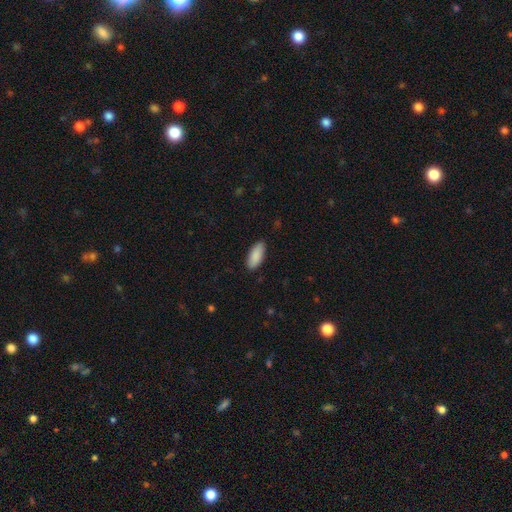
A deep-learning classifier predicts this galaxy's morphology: Smooth or featured?
  - smooth: 90% *
  - star or artifact: 6%
  - featured or disk: 4%
How rounded?
  - in between: 86% *
  - cigar-shaped: 13%
  - round: 2%
Merging?
  - none: 87% *
  - minor disturbance: 10%
  - major disturbance: 2%
  - merger: 1%